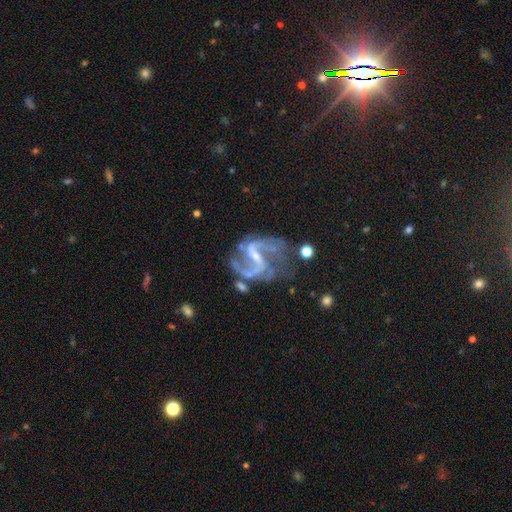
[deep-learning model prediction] featured or disk 91%, star or artifact 6%, smooth 3%. Down the decision tree: edge-on disk — no (98%); bar — strong (42%); spiral arms — yes (98%); spiral arm count — 2 (86%); spiral winding — loose (47%); bulge size — small (76%); merging — none (56%).